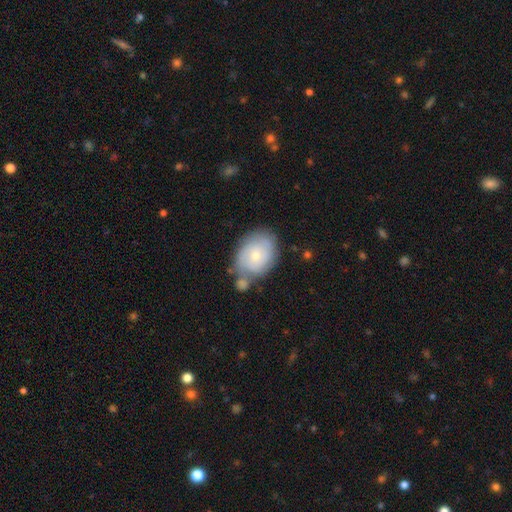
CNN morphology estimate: This is possibly a smooth galaxy (49%). Merging: possibly none (53%).